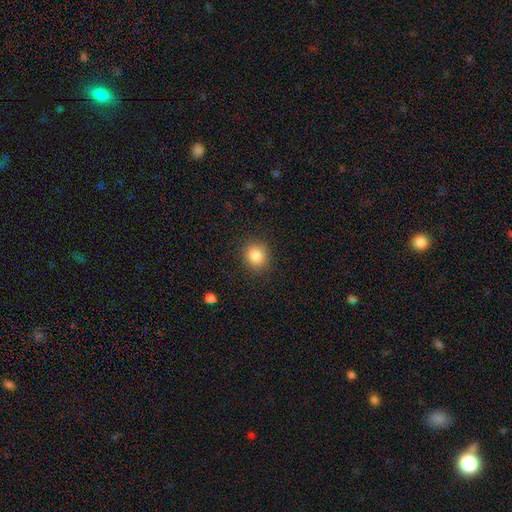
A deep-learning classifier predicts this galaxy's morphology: A smooth galaxy with no disk features (86%) that is round (75%). Merging: none (87%).